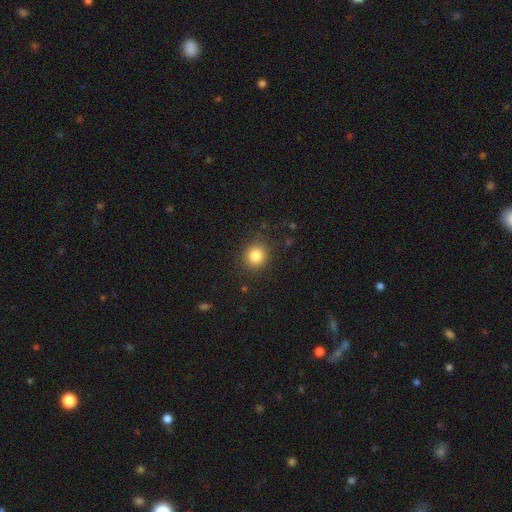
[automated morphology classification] This appears to be a smooth galaxy with no disk features (83%) that is round (85%). Merging: none (86%).